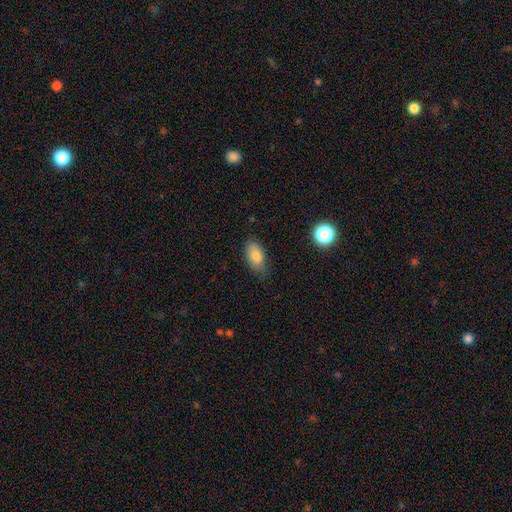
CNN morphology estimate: Smooth or featured? Predicted: smooth (p=0.82). How rounded? Predicted: in between (p=0.91). Merging? Predicted: none (p=0.76).